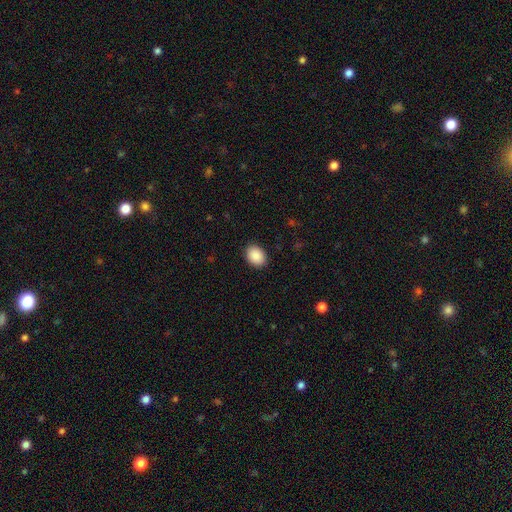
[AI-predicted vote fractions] This appears to be a smooth galaxy with no disk features (90%) that is in between round and cigar-shaped (70%). Merging: none (90%).